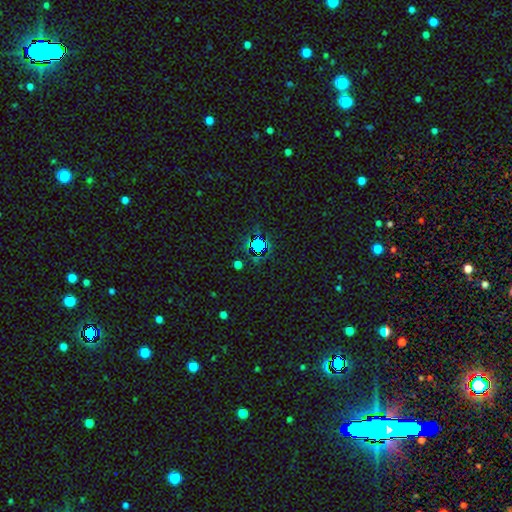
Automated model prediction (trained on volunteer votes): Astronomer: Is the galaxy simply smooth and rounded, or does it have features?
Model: star or artifact — 71%.